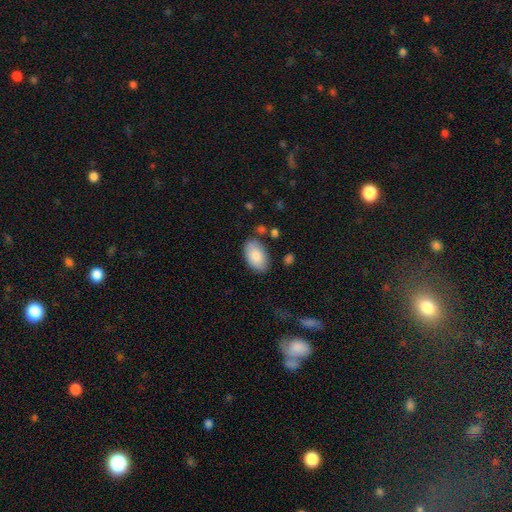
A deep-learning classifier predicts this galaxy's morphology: This appears to be a smooth galaxy with no disk features (85%) that is in between round and cigar-shaped (93%). Merging: none (80%).